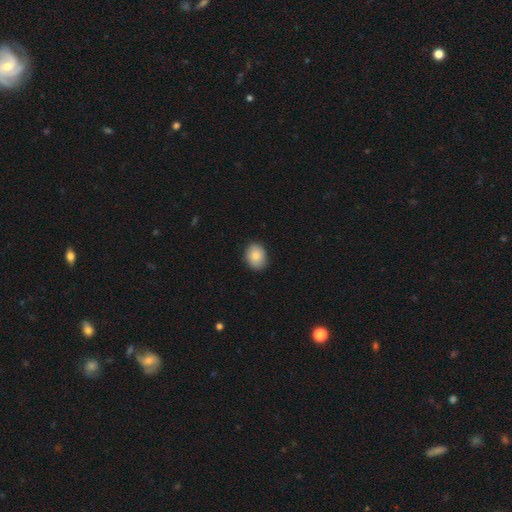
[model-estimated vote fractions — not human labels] Smooth or featured?
  - smooth: 85% *
  - featured or disk: 8%
  - star or artifact: 7%
How rounded?
  - in between: 59% *
  - round: 40%
  - cigar-shaped: 1%
Merging?
  - none: 88% *
  - minor disturbance: 10%
  - major disturbance: 2%
  - merger: 1%